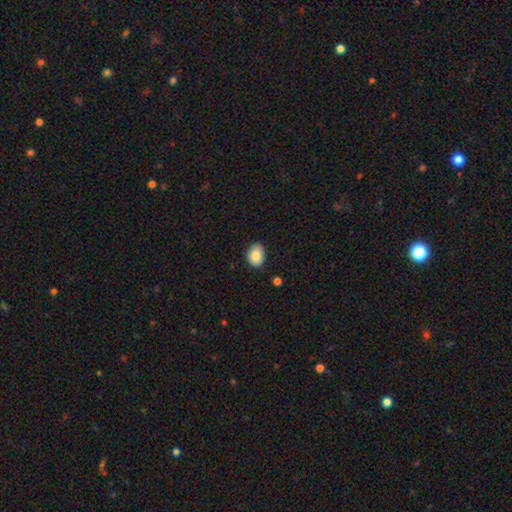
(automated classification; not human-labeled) This appears to be a smooth galaxy with no disk features (85%) that is in between round and cigar-shaped (64%). Merging: none (81%).